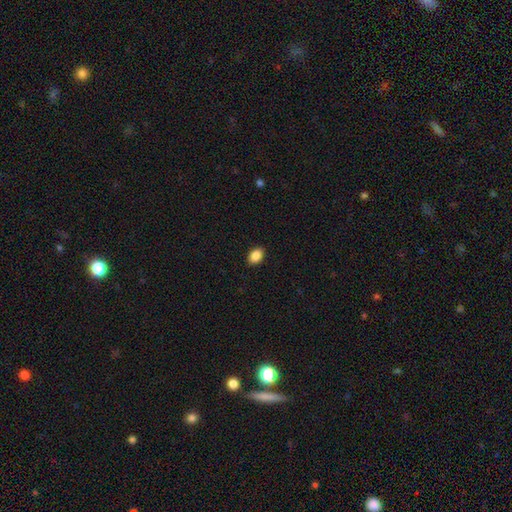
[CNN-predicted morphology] Smooth or featured? Predicted: smooth (p=0.88). How rounded? Predicted: in between (p=0.82). Merging? Predicted: none (p=0.91).